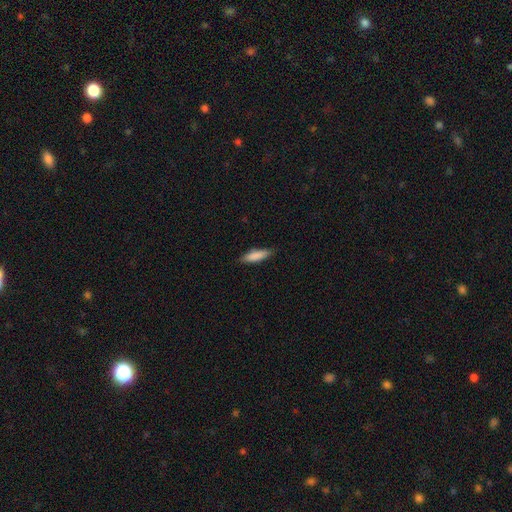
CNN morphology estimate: This appears to be a smooth galaxy with no disk features (84%) that is cigar-shaped (61%). Merging: none (84%).